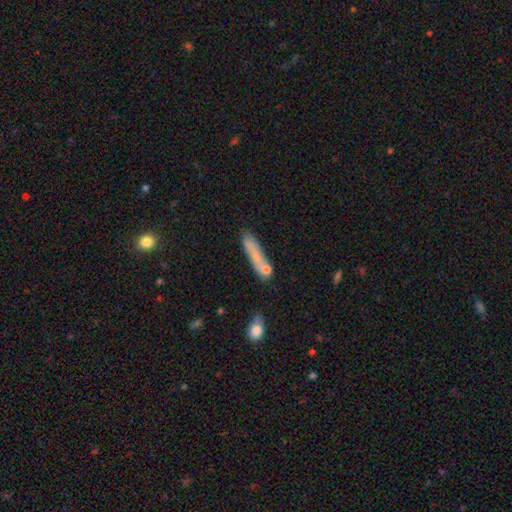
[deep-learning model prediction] smooth 68%, featured or disk 23%, star or artifact 9%. Down the decision tree: how rounded — cigar-shaped (87%); merging — none (62%).